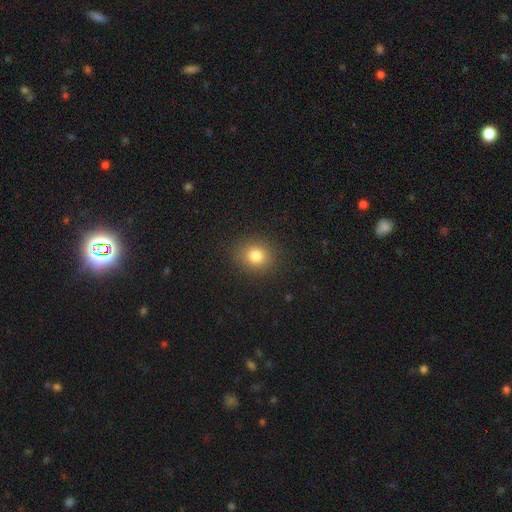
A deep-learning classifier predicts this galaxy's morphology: smooth-or-featured: smooth: 80% | star or artifact: 13% | featured or disk: 7%
  how-rounded: round: 78% | in between: 21% | cigar-shaped: 1%
  merging: none: 89% | minor disturbance: 7% | major disturbance: 3% | merger: 1%